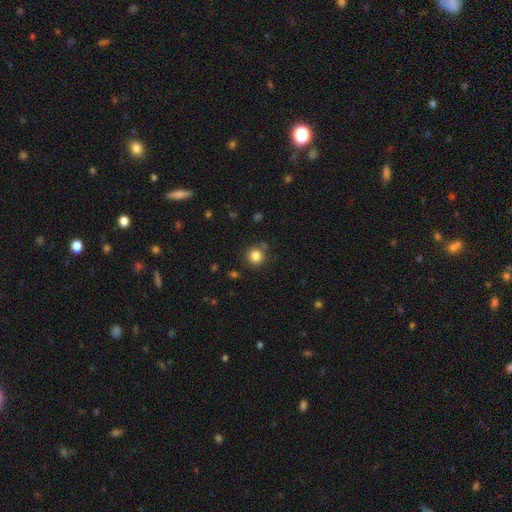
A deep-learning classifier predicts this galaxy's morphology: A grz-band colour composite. It shows a smooth galaxy with no disk features (83%) that is round (88%). Merging: none (80%).